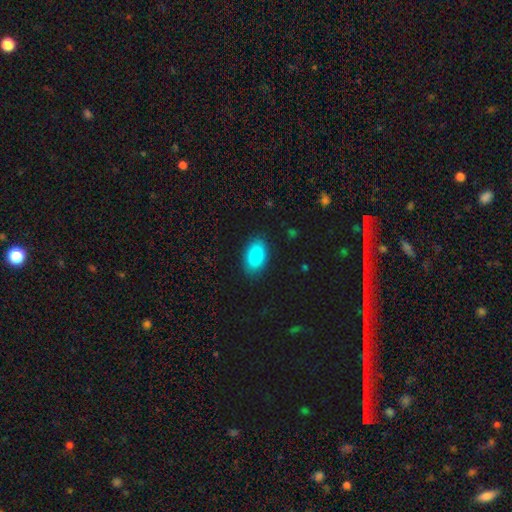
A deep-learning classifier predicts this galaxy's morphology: A smooth galaxy with no disk features (86%) that is in between round and cigar-shaped (93%). Merging: none (87%).